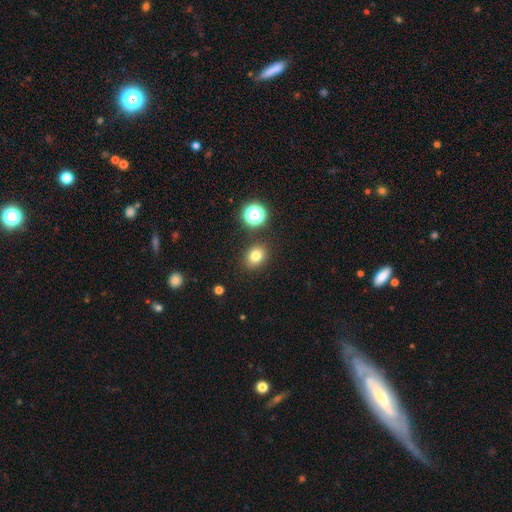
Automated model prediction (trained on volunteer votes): Smooth or featured? Predicted: smooth (p=0.78). How rounded? Predicted: round (p=0.53). Merging? Predicted: none (p=0.85).